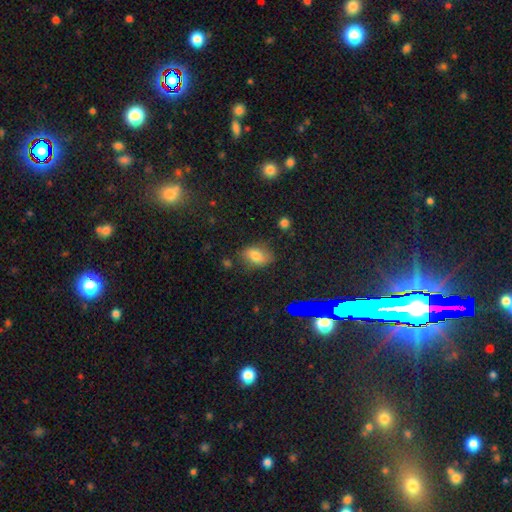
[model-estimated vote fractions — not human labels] A smooth galaxy with no disk features (74%) that is in between round and cigar-shaped (81%).

Vote fractions:
- Smooth or featured? smooth: 74% / star or artifact: 14% / featured or disk: 13%
- How rounded? in between: 81% / round: 16% / cigar-shaped: 2%
- Merging? none: 73% / minor disturbance: 19% / major disturbance: 5% / merger: 3%